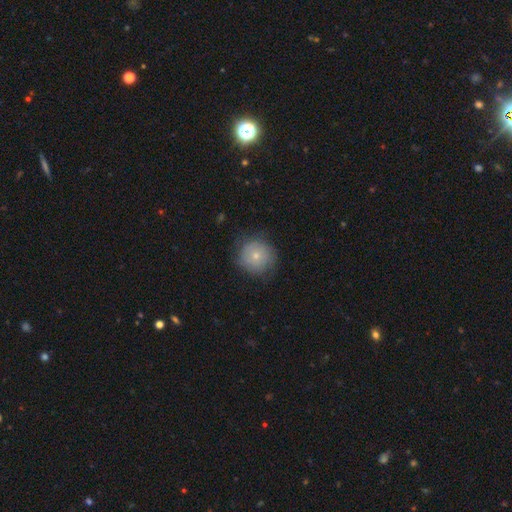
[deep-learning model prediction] Smooth or featured? smooth (68%)
How rounded? round (93%)
Merging? none (76%)